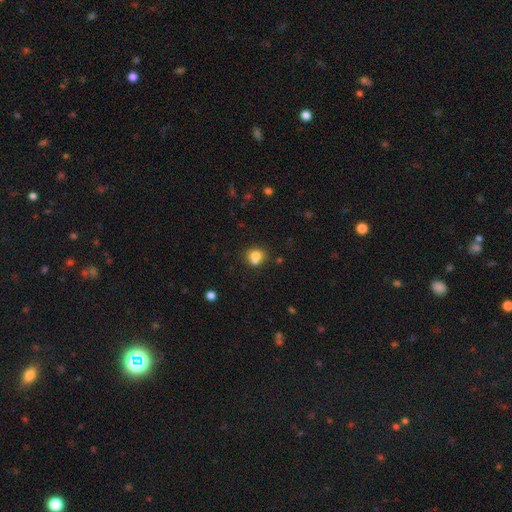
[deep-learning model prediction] A smooth galaxy with no disk features (75%) that is round (77%). Merging: none (47%).